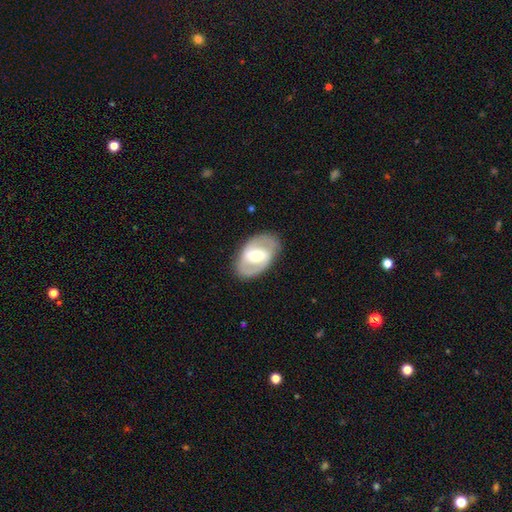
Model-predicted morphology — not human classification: A featured or disk galaxy (72%) with a strong bar (48%), spiral arms (65%) and a moderate central bulge (61%). Merging: none (84%).